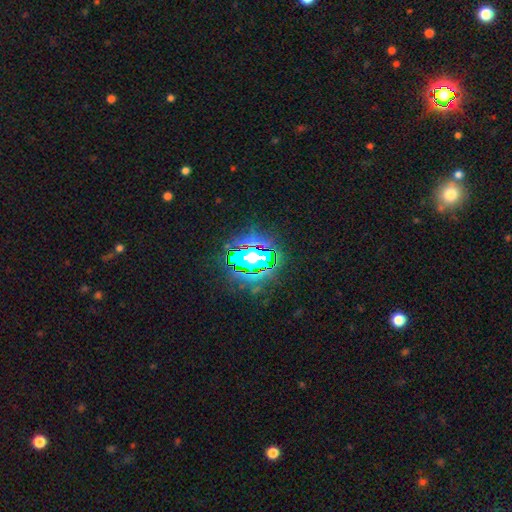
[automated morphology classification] A star or artifact, not a galaxy (81%).